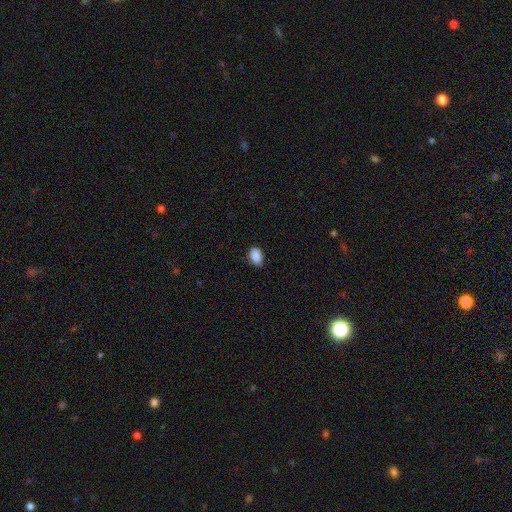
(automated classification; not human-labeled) smooth-or-featured: smooth: 89% | star or artifact: 8% | featured or disk: 3%
  how-rounded: in between: 84% | round: 15% | cigar-shaped: 1%
  merging: none: 74% | minor disturbance: 22% | major disturbance: 3% | merger: 1%